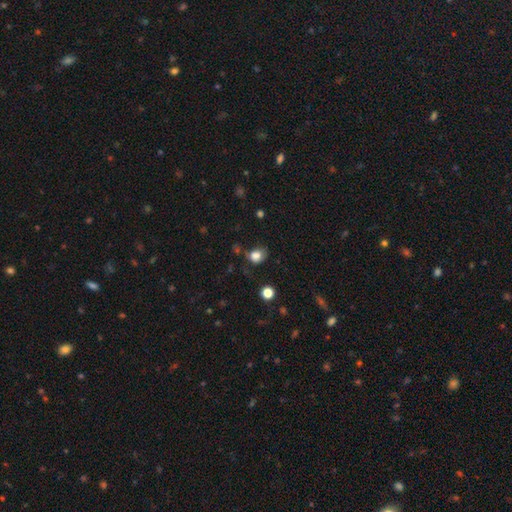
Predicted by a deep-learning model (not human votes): The model was most divided on "how rounded": round: 56%, in between: 43%, cigar-shaped: 1%. More confident: smooth or featured — smooth (82%); merging — none (58%).